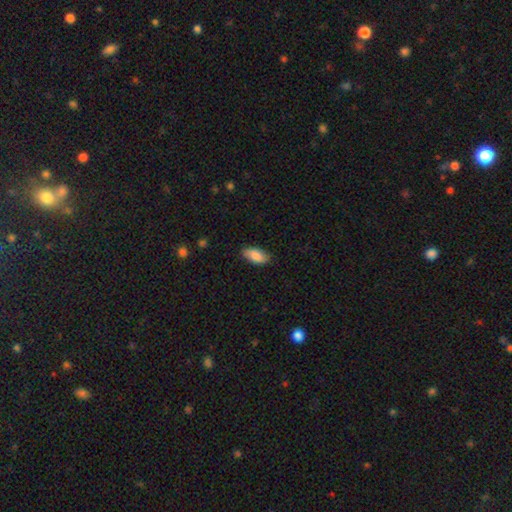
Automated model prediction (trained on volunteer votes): Smooth or featured: smooth — 86% (featured or disk — 8%)
How rounded: in between — 93% (cigar-shaped — 5%)
Merging: none — 82% (minor disturbance — 15%)